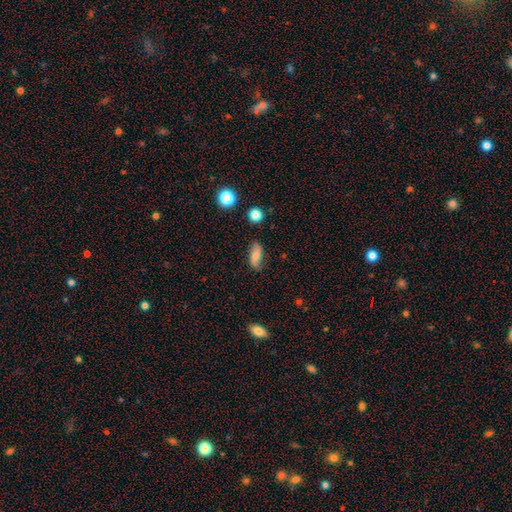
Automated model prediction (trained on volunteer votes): Q: Smooth or featured?
A: smooth (59%); runner-up: featured or disk (32%)
Q: How rounded?
A: in between (81%); runner-up: cigar-shaped (13%)
Q: Merging?
A: none (78%); runner-up: minor disturbance (17%)